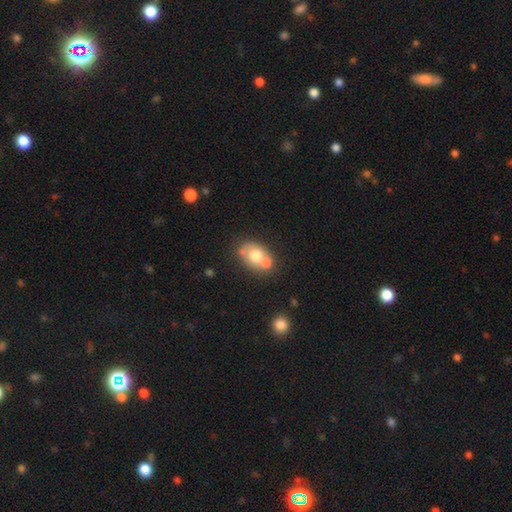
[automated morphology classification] A smooth galaxy with no disk features (66%) that is in between round and cigar-shaped (64%).

Vote fractions:
- Smooth or featured? smooth: 66% / featured or disk: 26% / star or artifact: 9%
- How rounded? in between: 64% / round: 35% / cigar-shaped: 1%
- Merging? merger: 43% / none: 40% / minor disturbance: 12% / major disturbance: 4%